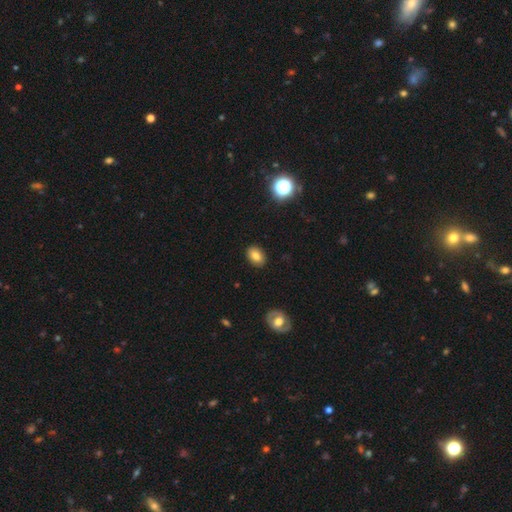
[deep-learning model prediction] A smooth galaxy with no disk features (79%) that is in between round and cigar-shaped (79%).

Vote fractions:
- Smooth or featured? smooth: 79% / star or artifact: 11% / featured or disk: 10%
- How rounded? in between: 79% / round: 19% / cigar-shaped: 1%
- Merging? none: 88% / minor disturbance: 8% / major disturbance: 2% / merger: 1%